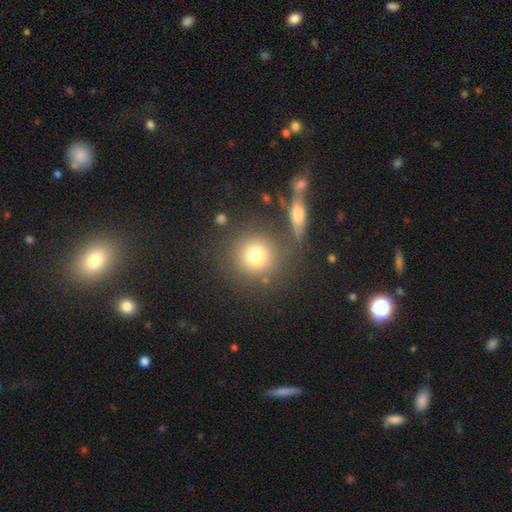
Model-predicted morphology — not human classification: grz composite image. It shows a smooth galaxy with no disk features (75%) that is round (91%). Merging: none (74%).